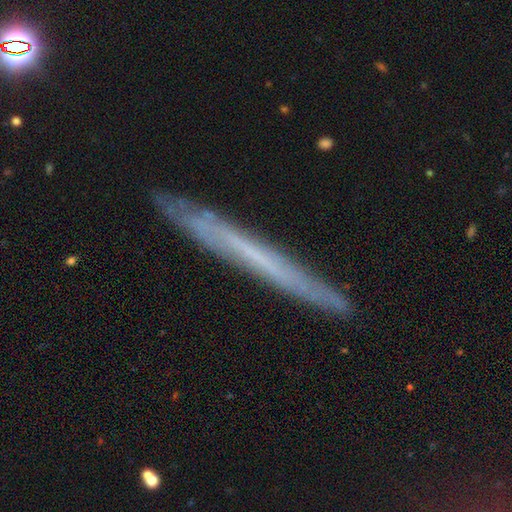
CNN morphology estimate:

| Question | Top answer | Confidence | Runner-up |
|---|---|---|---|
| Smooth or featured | featured or disk | 59% | smooth (31%) |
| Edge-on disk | yes | 91% | no (9%) |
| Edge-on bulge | none | 91% | rounded (6%) |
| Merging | none | 85% | minor disturbance (12%) |